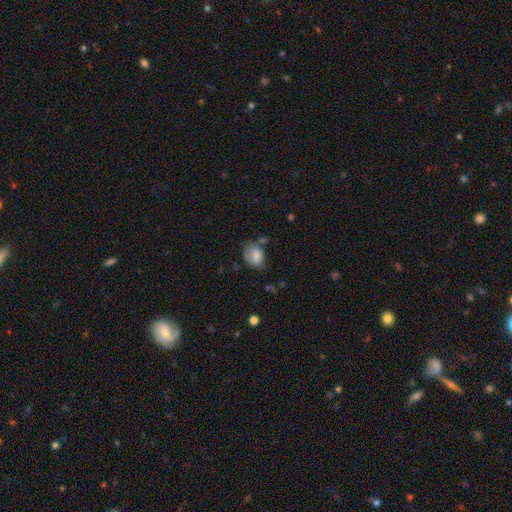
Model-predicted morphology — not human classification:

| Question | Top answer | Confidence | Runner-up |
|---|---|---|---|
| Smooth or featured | smooth | 79% | featured or disk (13%) |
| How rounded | in between | 75% | round (24%) |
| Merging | none | 47% | minor disturbance (31%) |